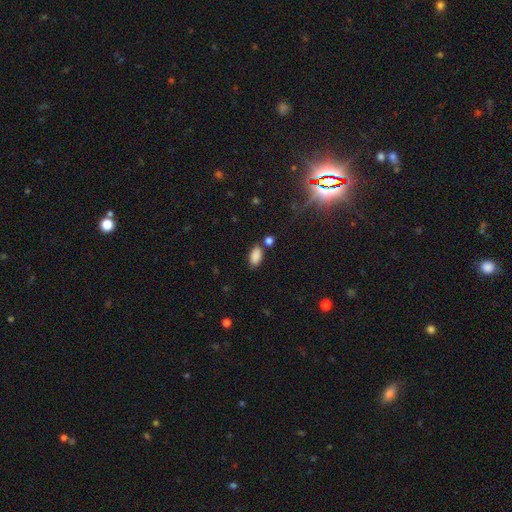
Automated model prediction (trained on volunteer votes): smooth 87%, star or artifact 9%, featured or disk 4%. Down the decision tree: how rounded — in between (93%); merging — none (76%).